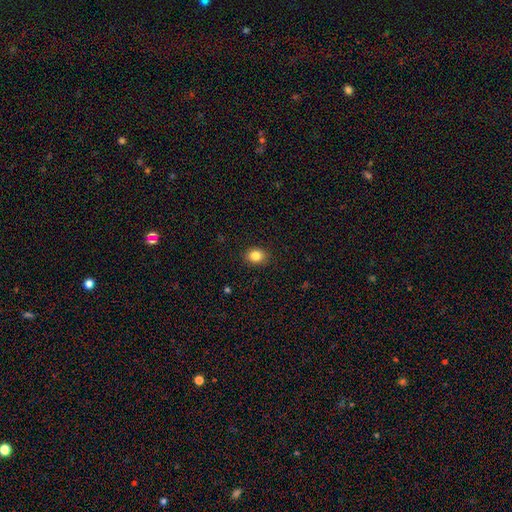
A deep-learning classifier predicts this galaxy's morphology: Smooth or featured? smooth (85%)
How rounded? round (54%)
Merging? none (89%)